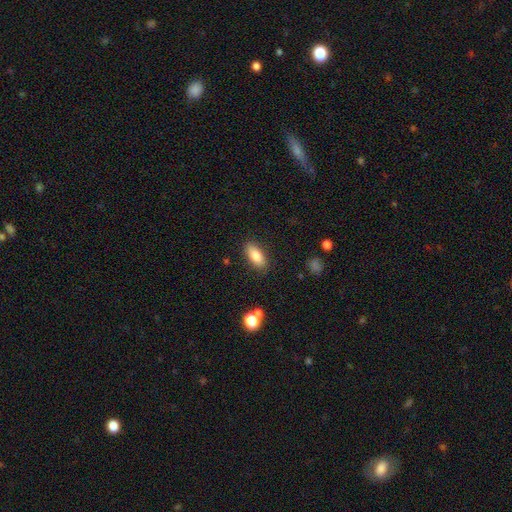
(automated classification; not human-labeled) smooth-or-featured: smooth: 84% | featured or disk: 9% | star or artifact: 8%
  how-rounded: in between: 82% | cigar-shaped: 15% | round: 3%
  merging: none: 86% | minor disturbance: 9% | major disturbance: 3% | merger: 2%